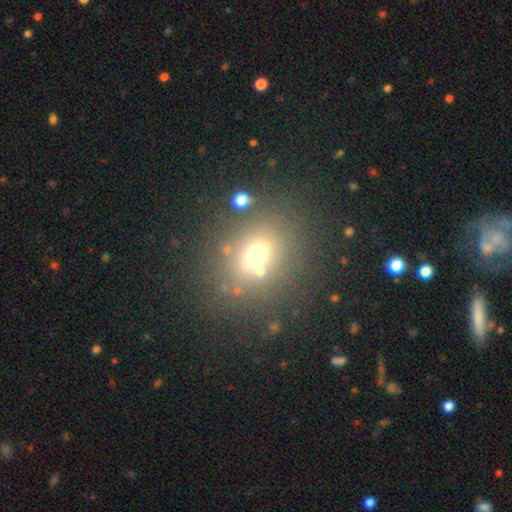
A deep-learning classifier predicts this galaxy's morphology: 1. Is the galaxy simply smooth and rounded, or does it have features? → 64% smooth, 21% star or artifact, 15% featured or disk.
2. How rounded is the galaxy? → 55% round, 43% in between, 1% cigar-shaped.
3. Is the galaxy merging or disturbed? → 69% none, 14% merger, 11% minor disturbance, 6% major disturbance.